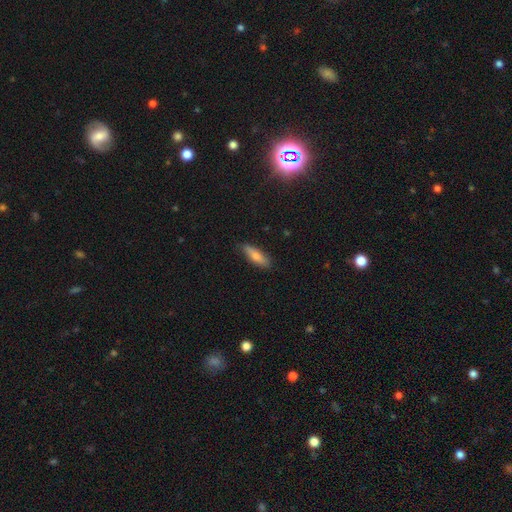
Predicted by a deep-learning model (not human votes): The model was most divided on "how rounded": cigar-shaped: 54%, in between: 44%, round: 2%. More confident: merging — none (81%); smooth or featured — smooth (74%).